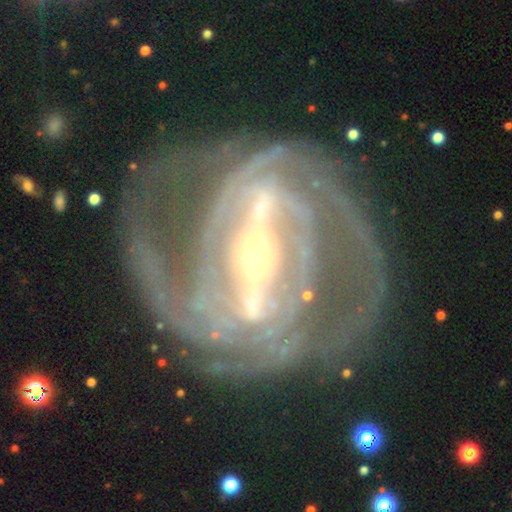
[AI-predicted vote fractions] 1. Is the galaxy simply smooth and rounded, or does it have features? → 89% featured or disk, 6% star or artifact, 5% smooth.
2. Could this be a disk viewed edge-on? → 95% no, 5% yes.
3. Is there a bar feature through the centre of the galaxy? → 79% strong, 14% weak, 7% no.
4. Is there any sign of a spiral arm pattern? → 92% yes, 8% no.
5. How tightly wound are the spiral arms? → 57% tight, 33% medium, 10% loose.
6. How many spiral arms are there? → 37% 2, 24% can't tell, 15% 3, 11% 4, 7% more than 4, 6% 1.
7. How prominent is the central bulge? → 80% small, 14% moderate, 3% large, 2% none, 2% dominant.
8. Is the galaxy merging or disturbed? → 69% none, 14% minor disturbance, 14% major disturbance, 2% merger.